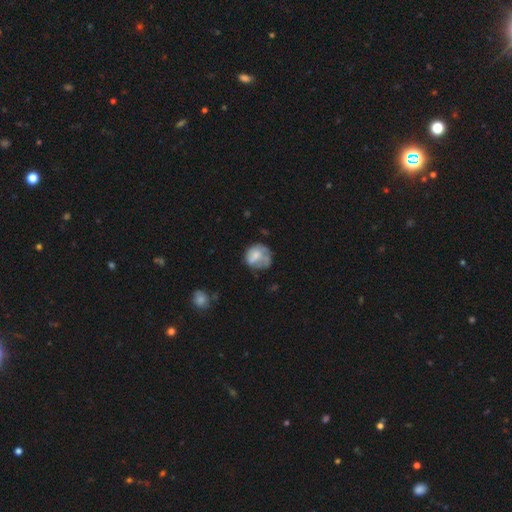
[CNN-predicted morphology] Smooth or featured? smooth (57%)
How rounded? round (72%)
Merging? none (43%)